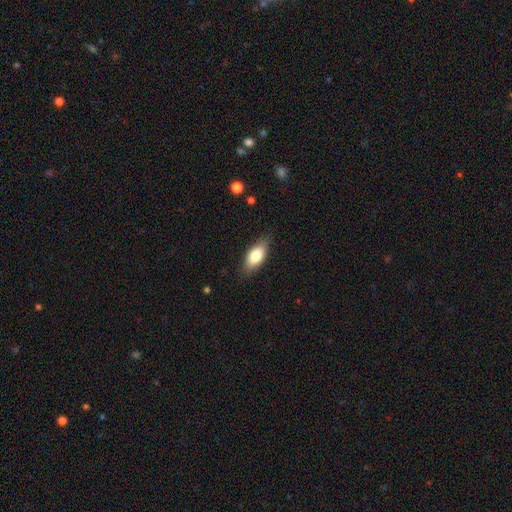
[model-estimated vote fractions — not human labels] The model was most divided on "smooth or featured": smooth: 77%, featured or disk: 16%, star or artifact: 6%. More confident: how rounded — in between (85%); merging — none (81%).